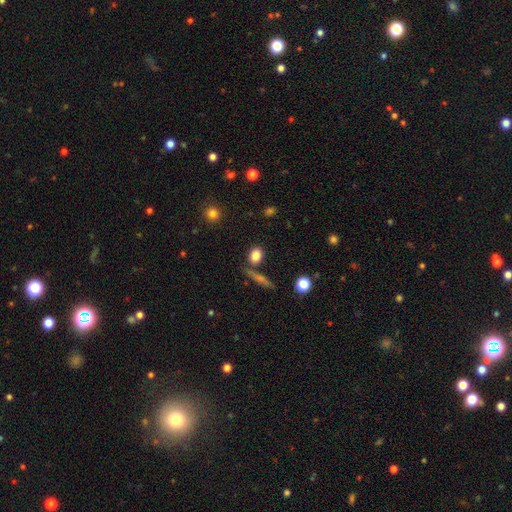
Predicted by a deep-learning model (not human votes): A smooth galaxy with no disk features (83%) that is in between round and cigar-shaped (53%).

Vote fractions:
- Smooth or featured? smooth: 83% / star or artifact: 10% / featured or disk: 7%
- How rounded? in between: 53% / round: 42% / cigar-shaped: 5%
- Merging? none: 72% / merger: 13% / minor disturbance: 11% / major disturbance: 4%